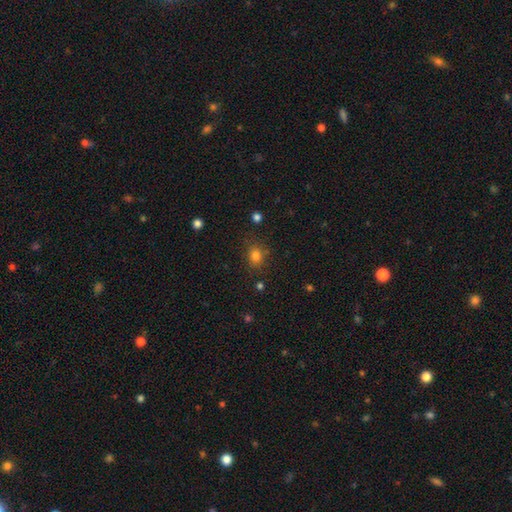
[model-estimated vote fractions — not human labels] The model was most divided on "how rounded": round: 63%, in between: 35%, cigar-shaped: 1%. More confident: smooth or featured — smooth (80%); merging — none (79%).